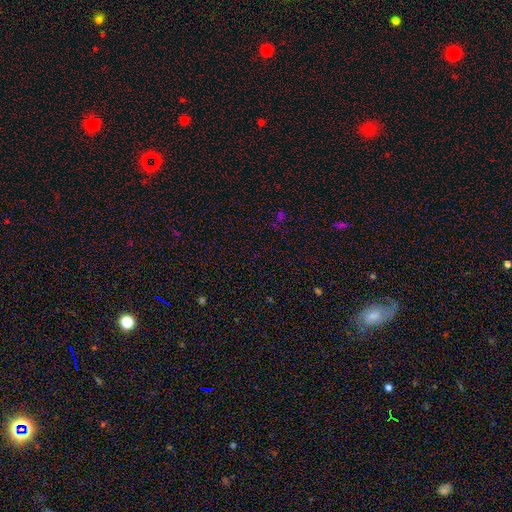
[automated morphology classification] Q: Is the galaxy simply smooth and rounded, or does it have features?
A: star or artifact — 65%.